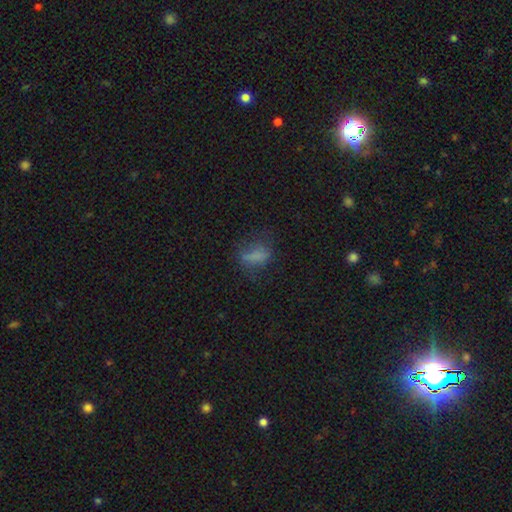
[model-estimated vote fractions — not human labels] smooth 64%, featured or disk 18%, star or artifact 17%. Down the decision tree: how rounded — in between (73%); merging — none (48%).